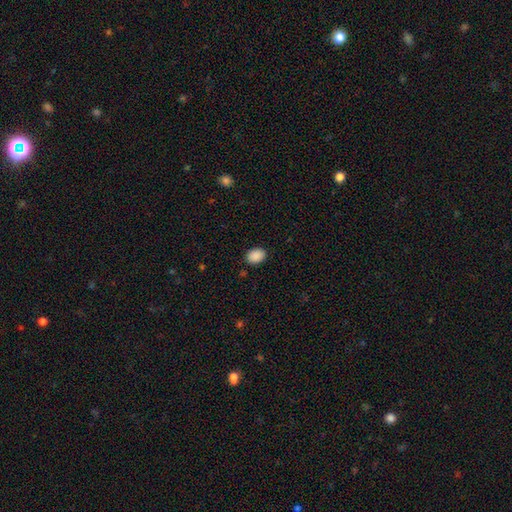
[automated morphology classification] Smooth or featured? Predicted: smooth (p=0.90). How rounded? Predicted: in between (p=0.74). Merging? Predicted: none (p=0.88).